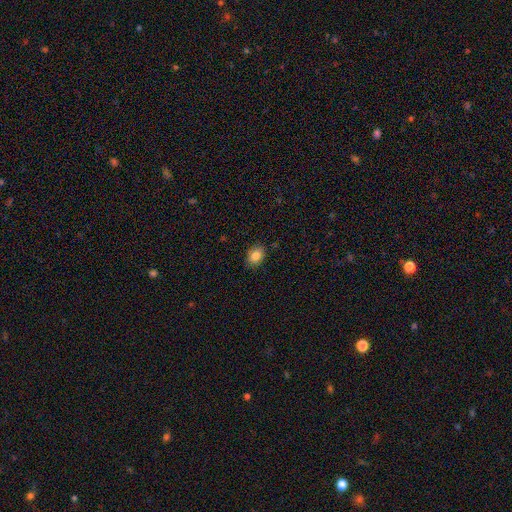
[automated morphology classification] Smooth or featured? Predicted: smooth (p=0.84). How rounded? Predicted: in between (p=0.73). Merging? Predicted: none (p=0.86).